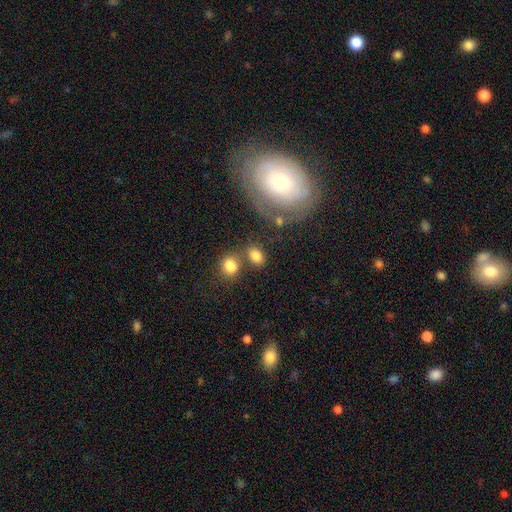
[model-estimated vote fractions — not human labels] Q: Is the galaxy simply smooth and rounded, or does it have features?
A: smooth — 81%.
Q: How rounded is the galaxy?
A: in between — 69%.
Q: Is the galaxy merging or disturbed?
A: none — 61%.